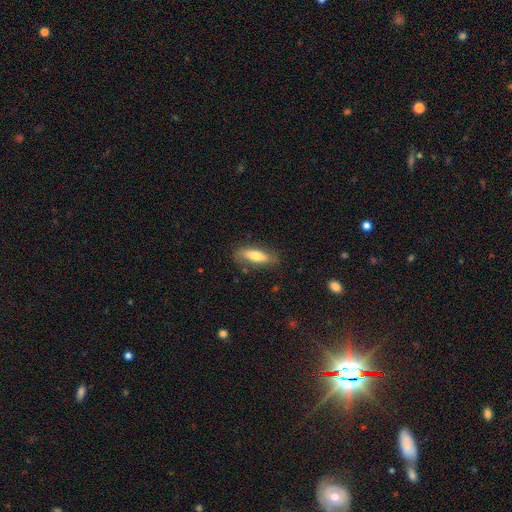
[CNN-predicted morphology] smooth-or-featured: smooth: 69% | featured or disk: 24% | star or artifact: 6%
  how-rounded: in between: 53% | cigar-shaped: 45% | round: 2%
  merging: none: 78% | minor disturbance: 16% | major disturbance: 4% | merger: 2%